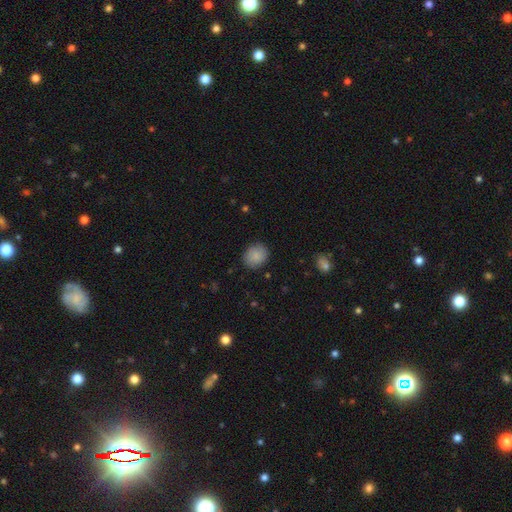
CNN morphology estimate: Q: Smooth or featured?
A: smooth (88%); runner-up: star or artifact (8%)
Q: How rounded?
A: round (65%); runner-up: in between (34%)
Q: Merging?
A: none (88%); runner-up: minor disturbance (9%)